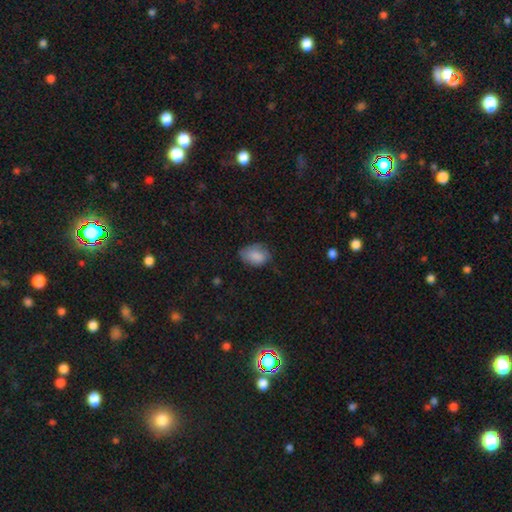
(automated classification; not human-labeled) Morphology: type=smooth (83%); roundness=in between (83%); merging=none (58%).